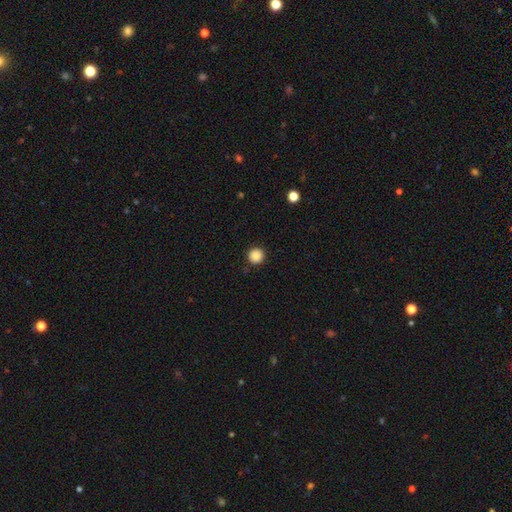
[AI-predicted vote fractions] Smooth or featured? Predicted: smooth (p=0.87). How rounded? Predicted: round (p=0.95). Merging? Predicted: none (p=0.92).